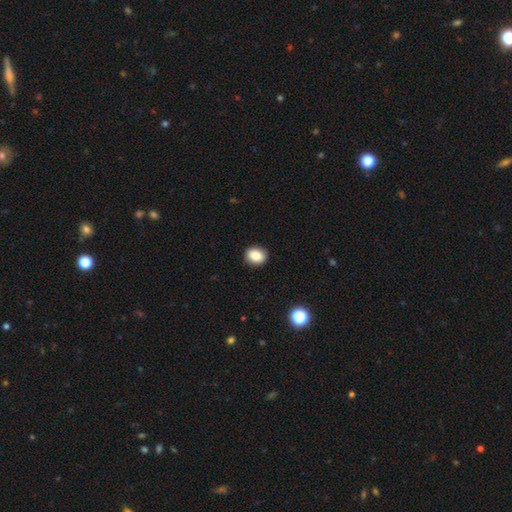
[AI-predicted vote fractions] A smooth galaxy with no disk features (87%) that is round (54%).

Vote fractions:
- Smooth or featured? smooth: 87% / star or artifact: 9% / featured or disk: 4%
- How rounded? round: 54% / in between: 45% / cigar-shaped: 1%
- Merging? none: 89% / minor disturbance: 8% / major disturbance: 2% / merger: 1%